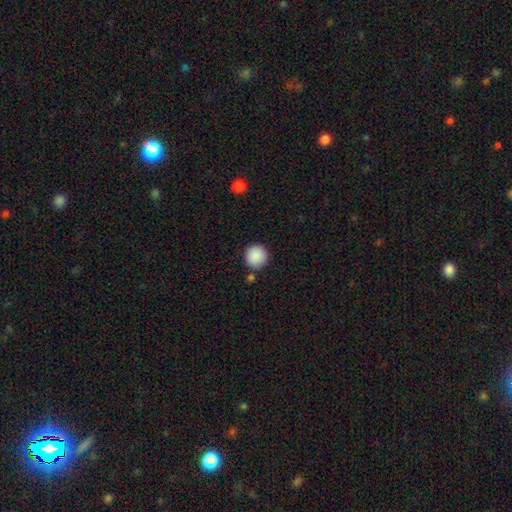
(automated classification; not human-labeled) Q: Smooth or featured?
A: smooth (89%); runner-up: star or artifact (8%)
Q: How rounded?
A: round (95%); runner-up: in between (4%)
Q: Merging?
A: none (87%); runner-up: minor disturbance (7%)